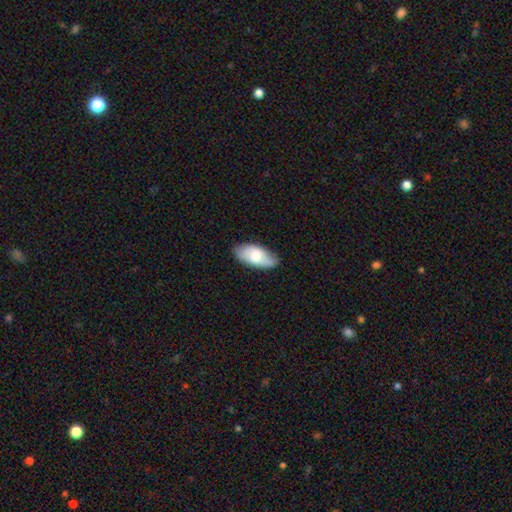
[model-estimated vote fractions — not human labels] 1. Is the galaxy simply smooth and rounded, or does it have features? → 70% smooth, 24% featured or disk, 6% star or artifact.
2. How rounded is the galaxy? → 91% in between, 6% cigar-shaped, 2% round.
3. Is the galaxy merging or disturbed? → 77% none, 19% minor disturbance, 3% major disturbance, 1% merger.